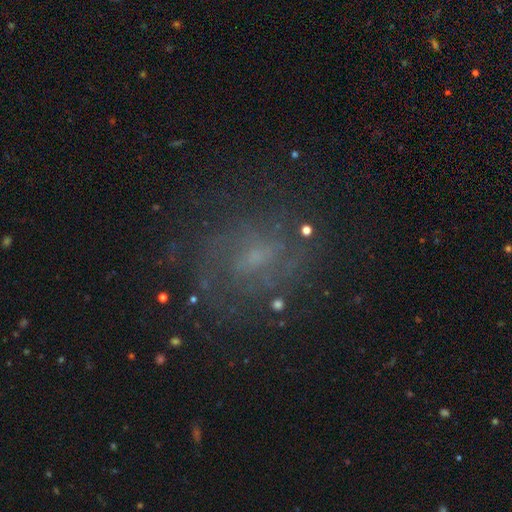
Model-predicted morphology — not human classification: Smooth or featured: featured or disk — 71% (smooth — 16%)
Edge-on disk: no — 97% (yes — 3%)
Bar: weak — 50% (no — 41%)
Spiral arms: yes — 86% (no — 14%)
Spiral winding: medium — 42% (tight — 41%)
Spiral arm count: can't tell — 41% (2 — 30%)
Bulge size: small — 59% (moderate — 23%)
Merging: none — 72% (minor disturbance — 16%)